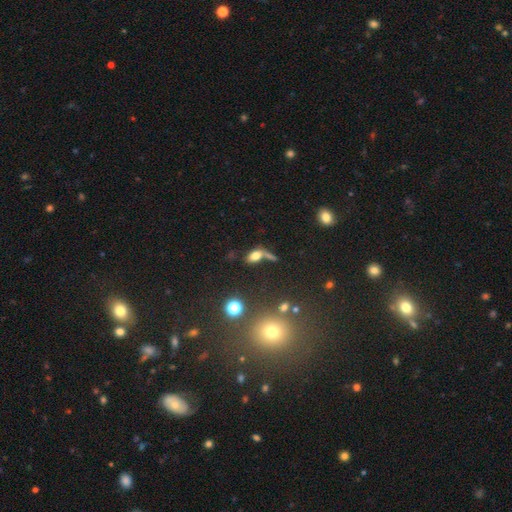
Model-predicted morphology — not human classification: smooth_or_featured: smooth (p=0.69) [alt: featured or disk p=0.17]
how_rounded: in between (p=0.80) [alt: round p=0.13]
merging: none (p=0.38) [alt: merger p=0.31]